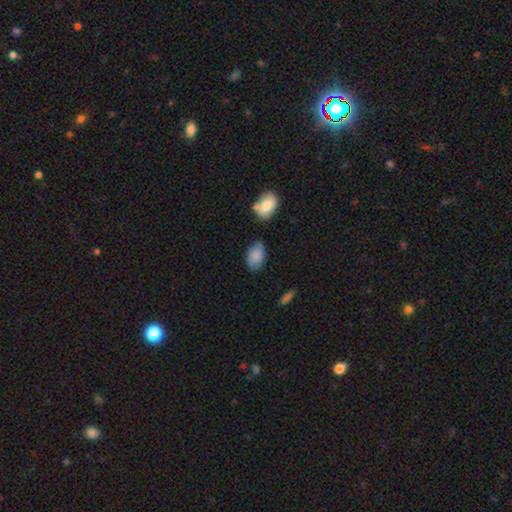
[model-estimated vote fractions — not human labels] This appears to be a smooth galaxy with no disk features (86%) that is in between round and cigar-shaped (91%). Merging: none (70%).